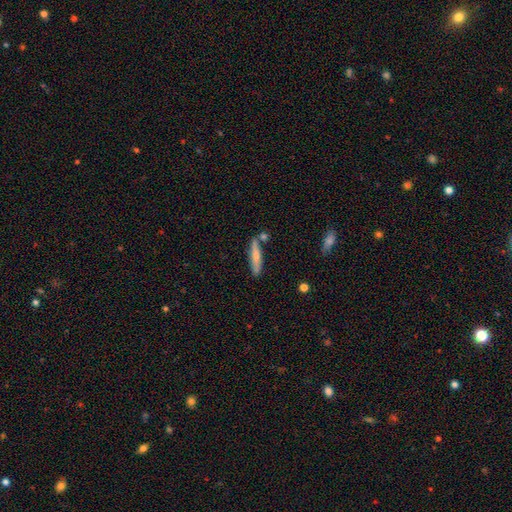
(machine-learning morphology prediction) Q: Smooth or featured?
A: smooth (66%); runner-up: featured or disk (28%)
Q: How rounded?
A: cigar-shaped (89%); runner-up: in between (10%)
Q: Merging?
A: none (74%); runner-up: minor disturbance (14%)